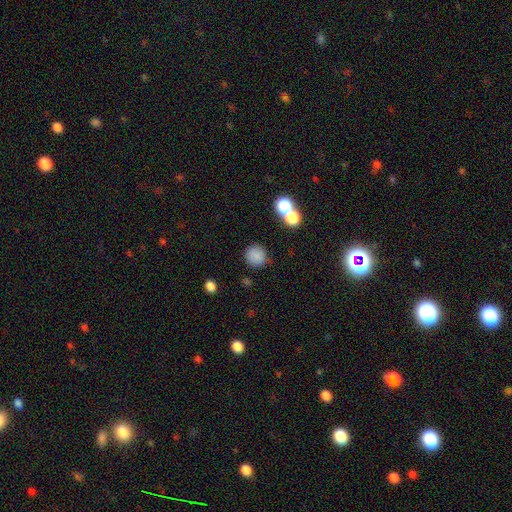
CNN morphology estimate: A smooth galaxy with no disk features (83%) that is round (89%). Merging: none (80%).